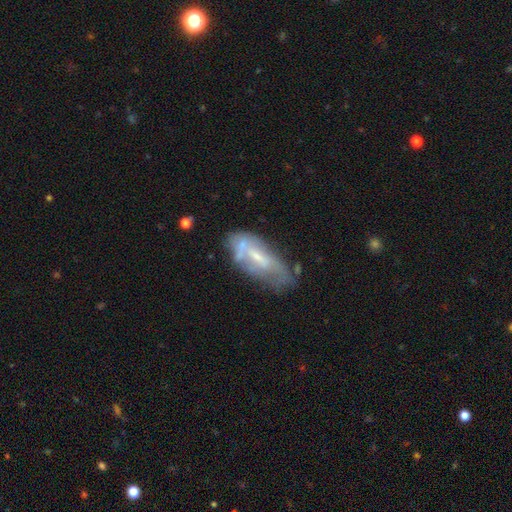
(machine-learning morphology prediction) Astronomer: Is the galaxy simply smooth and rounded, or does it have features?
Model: featured or disk — 59%.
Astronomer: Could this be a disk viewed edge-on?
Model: no — 86%.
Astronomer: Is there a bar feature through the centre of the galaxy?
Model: no — 44% (runner-up: weak, 39%).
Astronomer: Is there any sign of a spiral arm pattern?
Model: no — 57% (runner-up: yes, 43%).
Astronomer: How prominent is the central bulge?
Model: small — 48% (runner-up: moderate, 34%).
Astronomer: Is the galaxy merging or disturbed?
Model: none — 47% (runner-up: minor disturbance, 29%).